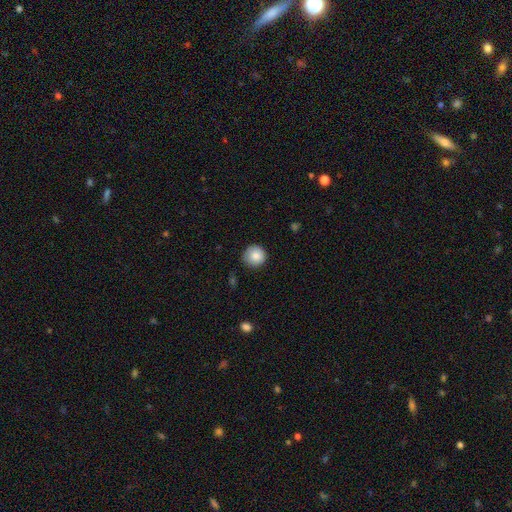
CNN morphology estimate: smooth 87%, star or artifact 8%, featured or disk 5%. Down the decision tree: how rounded — round (94%); merging — none (85%).